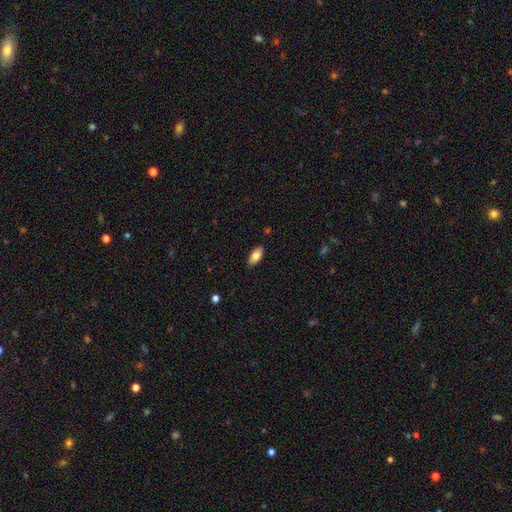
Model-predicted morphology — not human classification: Q: Smooth or featured?
A: smooth (82%); runner-up: featured or disk (11%)
Q: How rounded?
A: in between (88%); runner-up: cigar-shaped (10%)
Q: Merging?
A: none (86%); runner-up: minor disturbance (10%)